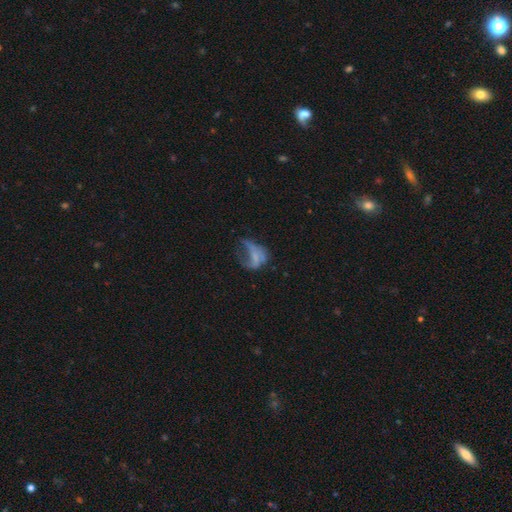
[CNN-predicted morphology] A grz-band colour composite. It shows a featured or disk galaxy (45%). Merging: major disturbance (57%).